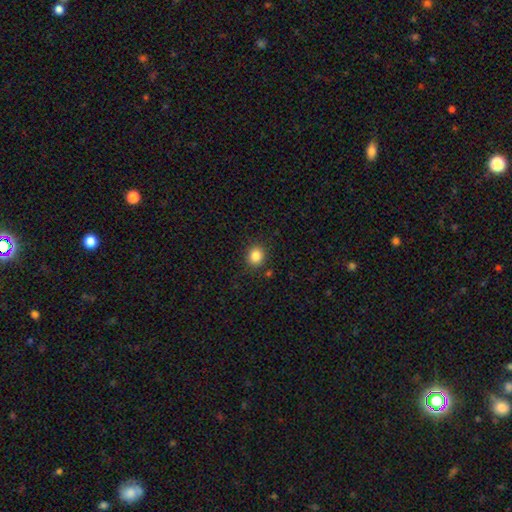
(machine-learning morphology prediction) A smooth galaxy with no disk features (85%) that is round (79%).

Vote fractions:
- Smooth or featured? smooth: 85% / star or artifact: 11% / featured or disk: 4%
- How rounded? round: 79% / in between: 20% / cigar-shaped: 1%
- Merging? none: 88% / minor disturbance: 8% / major disturbance: 2% / merger: 2%